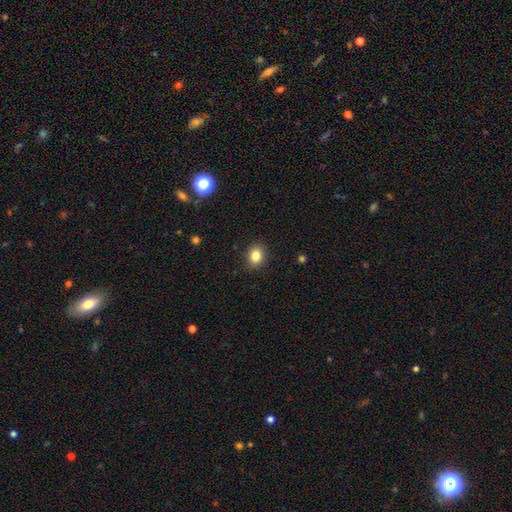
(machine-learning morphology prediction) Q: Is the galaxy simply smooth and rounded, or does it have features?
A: smooth — 84%.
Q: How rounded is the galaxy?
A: round — 62%.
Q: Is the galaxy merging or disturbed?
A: none — 89%.